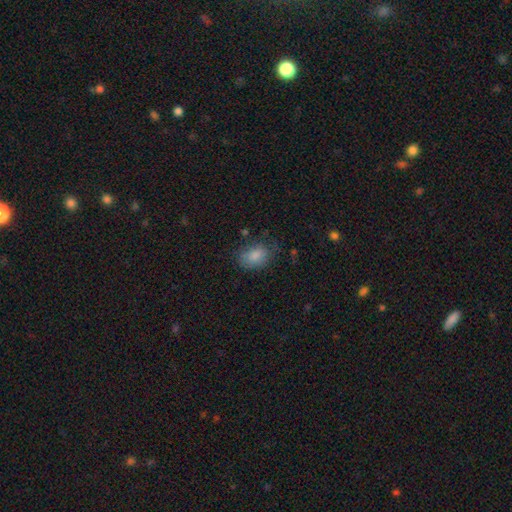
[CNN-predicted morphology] Overall: smooth (80%). How rounded: in between (83%). Merging: none (66%).